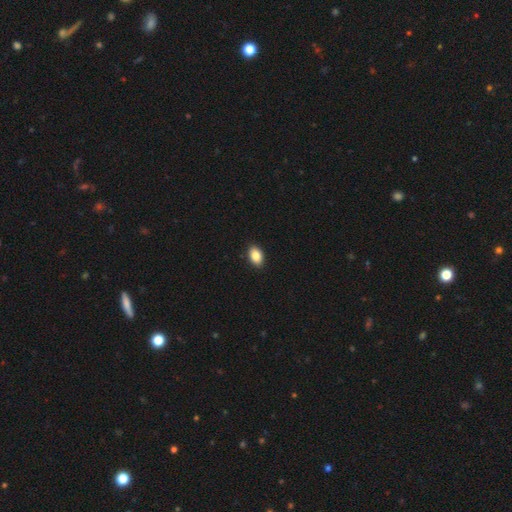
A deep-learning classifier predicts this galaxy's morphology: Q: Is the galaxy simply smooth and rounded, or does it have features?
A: smooth — 87%.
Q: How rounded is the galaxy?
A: in between — 89%.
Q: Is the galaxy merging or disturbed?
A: none — 90%.